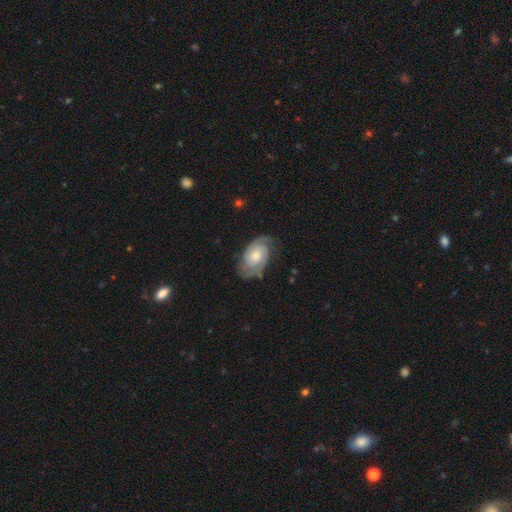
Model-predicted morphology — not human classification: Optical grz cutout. It shows a featured or disk galaxy (81%) with no bar (70%), 2 (81%) tight (59%) spiral arms (96%) and a moderate central bulge (52%). Merging: none (74%).